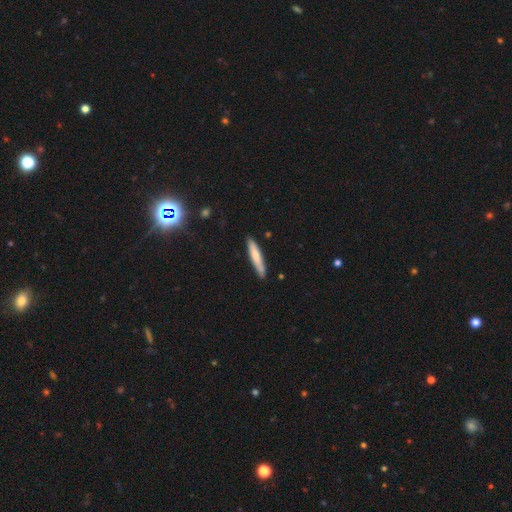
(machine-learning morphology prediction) The model was most divided on "smooth or featured": smooth: 70%, featured or disk: 24%, star or artifact: 5%. More confident: how rounded — cigar-shaped (92%); merging — none (82%).